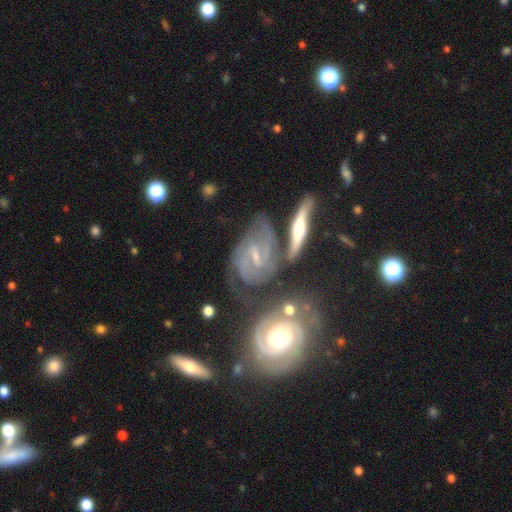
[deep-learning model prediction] Smooth or featured? featured or disk (81%)
Edge-on disk? no (88%)
Bar? weak (47%)
Spiral arms? yes (94%)
Spiral winding? tight (51%)
Spiral arm count? 2 (59%)
Bulge size? small (57%)
Merging? none (53%)